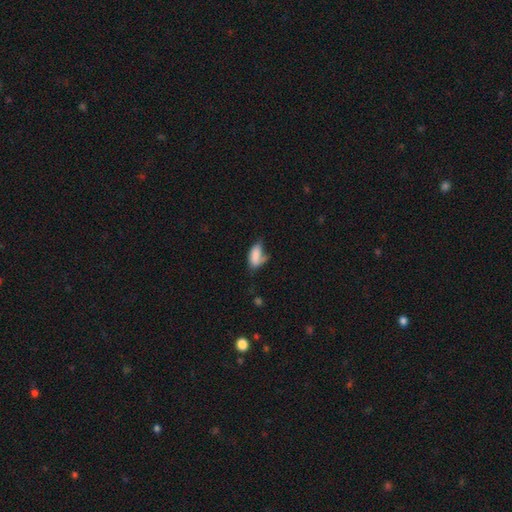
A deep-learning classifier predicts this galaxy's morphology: Smooth or featured? Predicted: smooth (p=0.79). How rounded? Predicted: in between (p=0.87). Merging? Predicted: none (p=0.35).